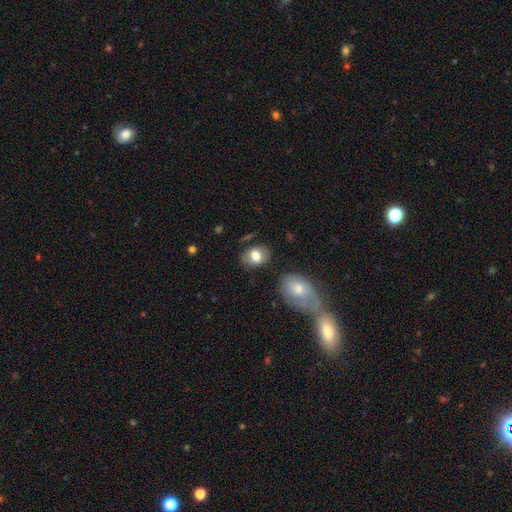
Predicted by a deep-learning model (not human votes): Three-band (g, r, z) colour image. It shows a smooth galaxy with no disk features (77%) that is in between round and cigar-shaped (67%). Merging: none (72%).